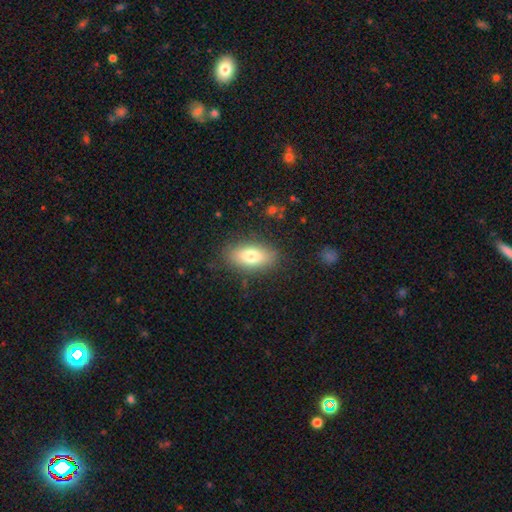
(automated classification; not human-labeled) Q: Smooth or featured?
A: smooth (75%); runner-up: featured or disk (16%)
Q: How rounded?
A: in between (85%); runner-up: cigar-shaped (11%)
Q: Merging?
A: none (86%); runner-up: minor disturbance (10%)